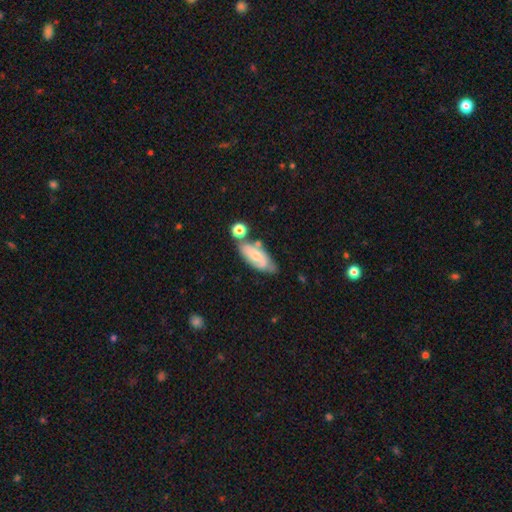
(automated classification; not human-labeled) Q: Smooth or featured?
A: smooth (49%); runner-up: featured or disk (44%)
Q: Merging?
A: none (49%); runner-up: minor disturbance (24%)